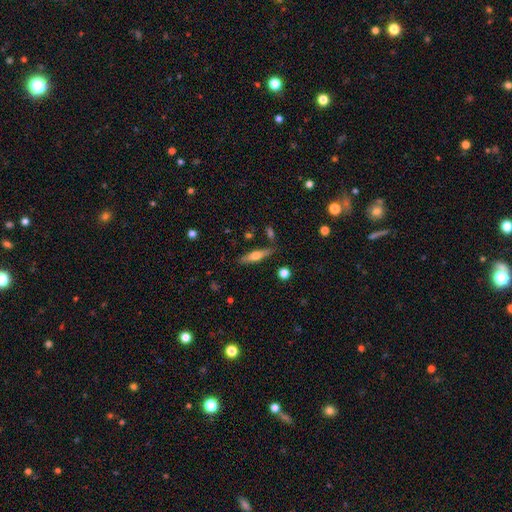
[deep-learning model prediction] Smooth or featured: featured or disk — 48% (smooth — 45%)
Merging: none — 80% (minor disturbance — 12%)